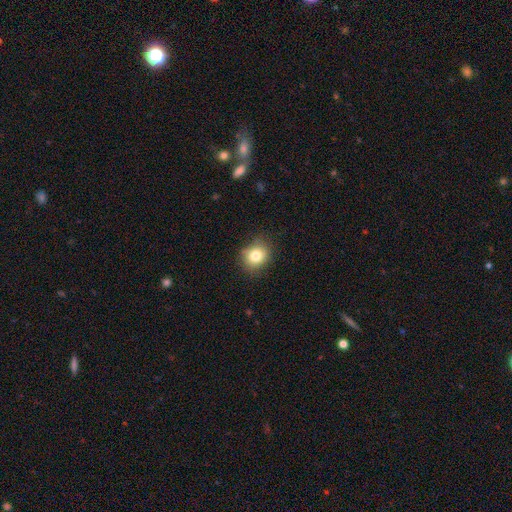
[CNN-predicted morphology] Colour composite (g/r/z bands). It shows a smooth galaxy with no disk features (80%) that is round (71%). Merging: none (78%).